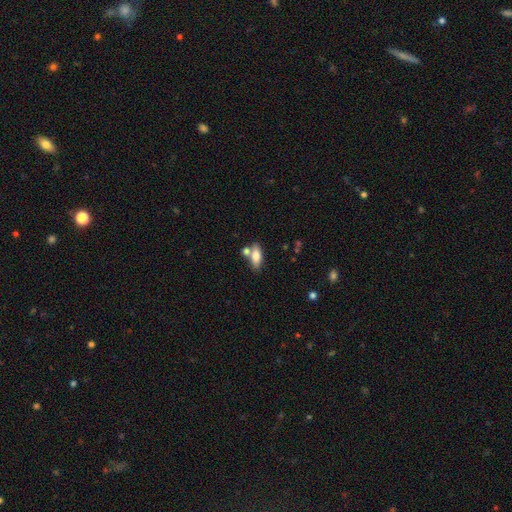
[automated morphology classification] Q: Smooth or featured?
A: smooth (73%); runner-up: featured or disk (20%)
Q: How rounded?
A: in between (77%); runner-up: cigar-shaped (19%)
Q: Merging?
A: none (58%); runner-up: merger (24%)